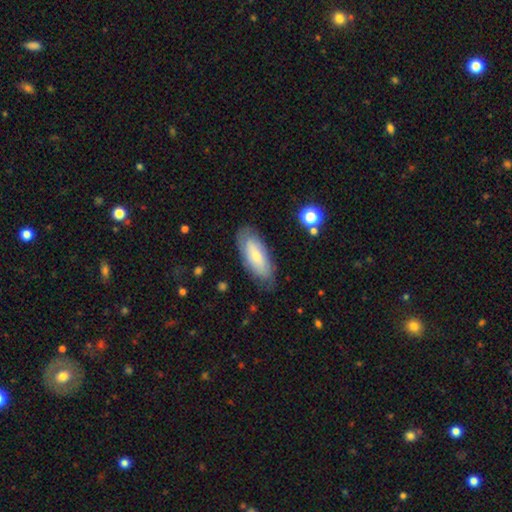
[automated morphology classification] A smooth galaxy with no disk features (56%) that is in between round and cigar-shaped (78%).

Vote fractions:
- Smooth or featured? smooth: 56% / featured or disk: 37% / star or artifact: 7%
- How rounded? in between: 78% / cigar-shaped: 19% / round: 2%
- Merging? none: 77% / minor disturbance: 17% / major disturbance: 4% / merger: 1%